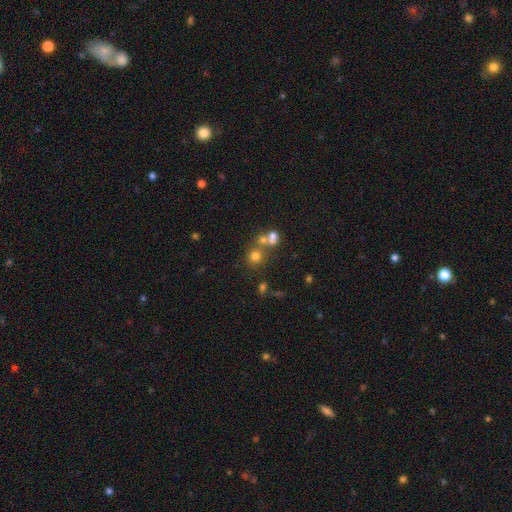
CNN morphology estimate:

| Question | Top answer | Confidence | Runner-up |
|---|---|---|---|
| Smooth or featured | smooth | 61% | star or artifact (26%) |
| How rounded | round | 87% | in between (12%) |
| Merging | none | 57% | merger (32%) |